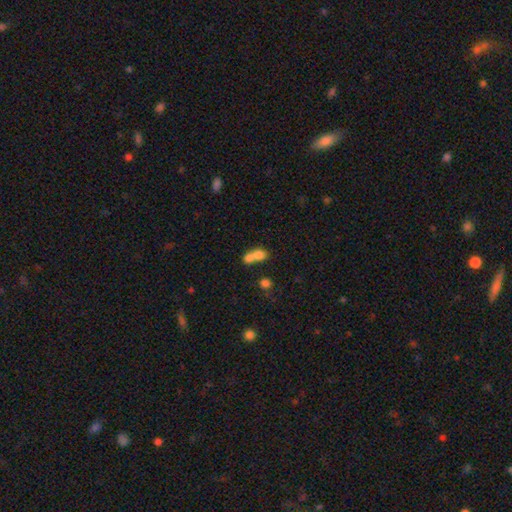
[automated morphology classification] Smooth or featured?
  - smooth: 74% *
  - featured or disk: 15%
  - star or artifact: 11%
How rounded?
  - round: 51% *
  - in between: 46%
  - cigar-shaped: 2%
Merging?
  - merger: 70% *
  - none: 22%
  - minor disturbance: 5%
  - major disturbance: 3%